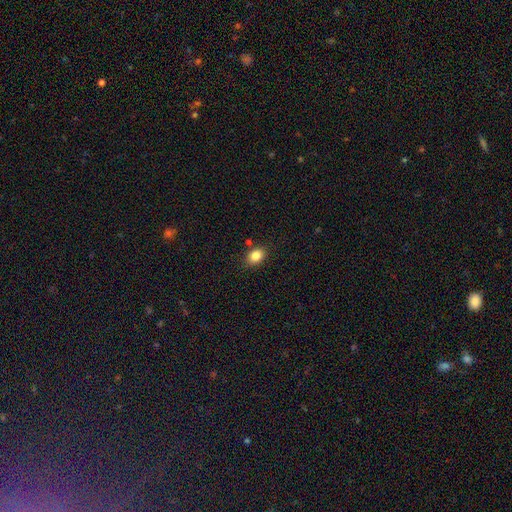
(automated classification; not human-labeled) A smooth galaxy with no disk features (84%) that is in between round and cigar-shaped (68%).

Vote fractions:
- Smooth or featured? smooth: 84% / star or artifact: 10% / featured or disk: 6%
- How rounded? in between: 68% / round: 31% / cigar-shaped: 1%
- Merging? none: 81% / minor disturbance: 12% / merger: 4% / major disturbance: 3%